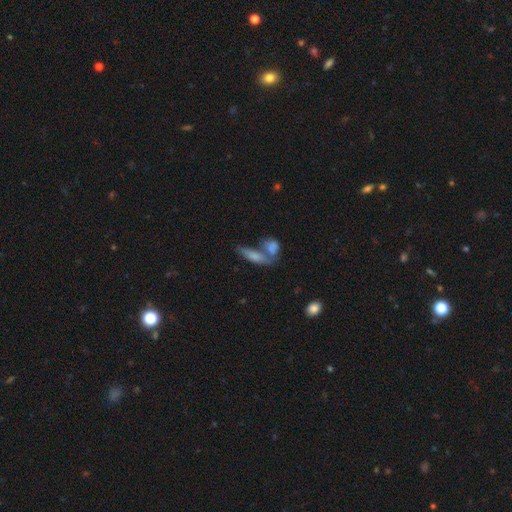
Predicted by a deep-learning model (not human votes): The model was most divided on "merging": merger: 45%, none: 39%, minor disturbance: 11%, major disturbance: 6%. More confident: smooth or featured — smooth (66%); how rounded — in between (51%).